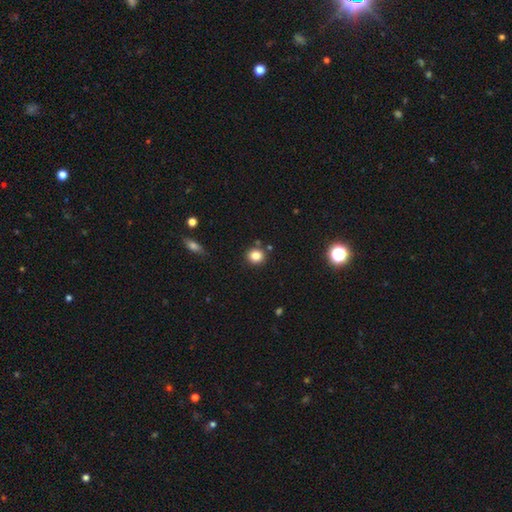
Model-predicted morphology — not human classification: smooth_or_featured: smooth (p=0.83) [alt: star or artifact p=0.11]
how_rounded: round (p=0.84) [alt: in between p=0.15]
merging: none (p=0.85) [alt: minor disturbance p=0.08]